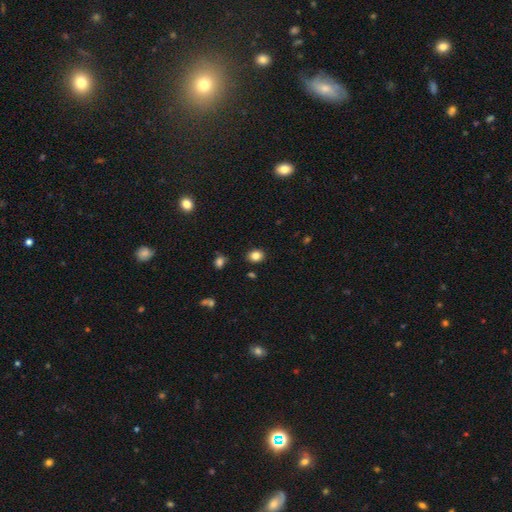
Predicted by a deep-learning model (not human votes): Overall: smooth (83%). How rounded: round (57%; in between 42%). Merging: none (87%).